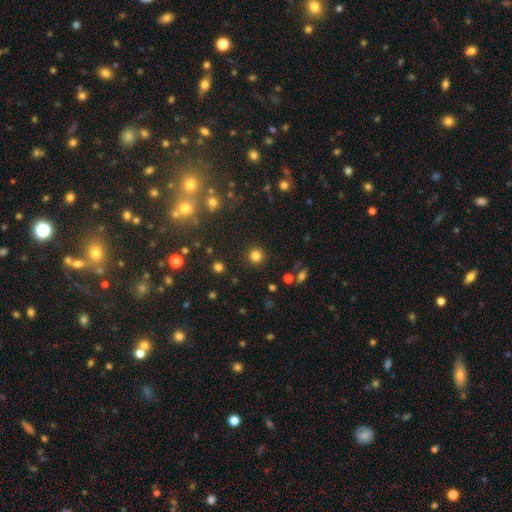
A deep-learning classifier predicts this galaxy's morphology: type=smooth (81%); roundness=round (94%); merging=none (91%).